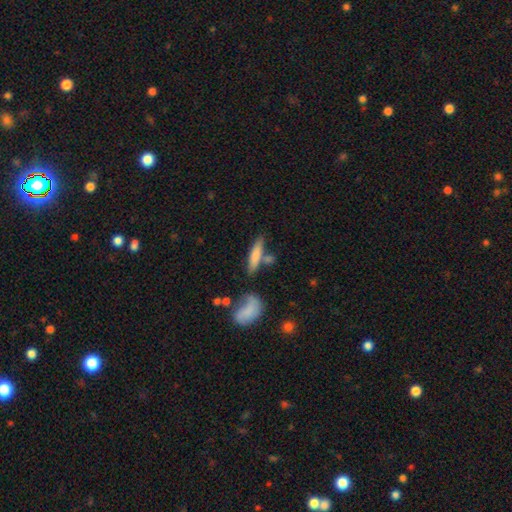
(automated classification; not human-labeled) Morphology: type=smooth (69%); roundness=cigar-shaped (78%); merging=none (65%).